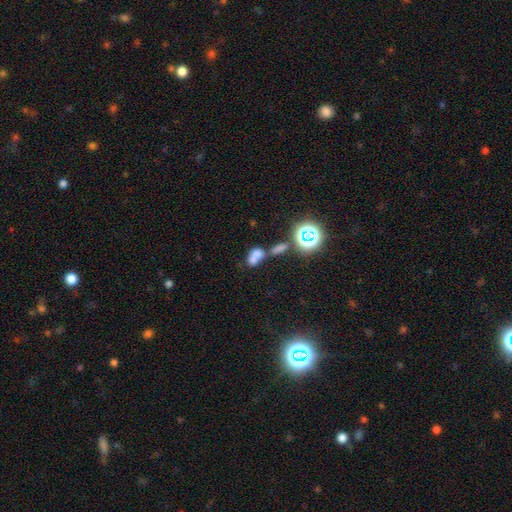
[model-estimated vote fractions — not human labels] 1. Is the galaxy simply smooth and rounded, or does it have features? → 61% smooth, 20% star or artifact, 19% featured or disk.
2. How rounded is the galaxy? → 64% in between, 32% round, 4% cigar-shaped.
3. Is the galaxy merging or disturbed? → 68% merger, 19% none, 7% minor disturbance, 6% major disturbance.